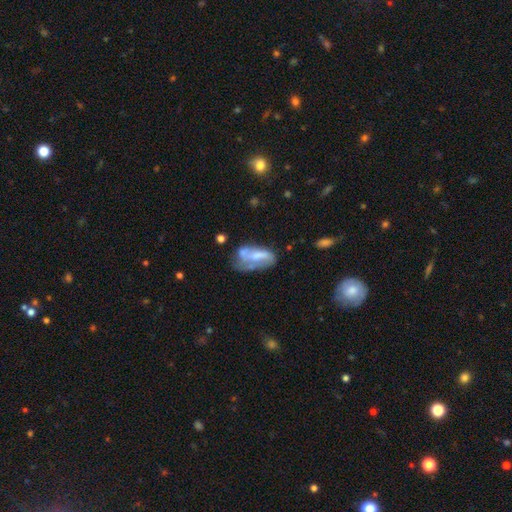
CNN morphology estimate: A featured or disk galaxy (50%). Merging: none (30%).